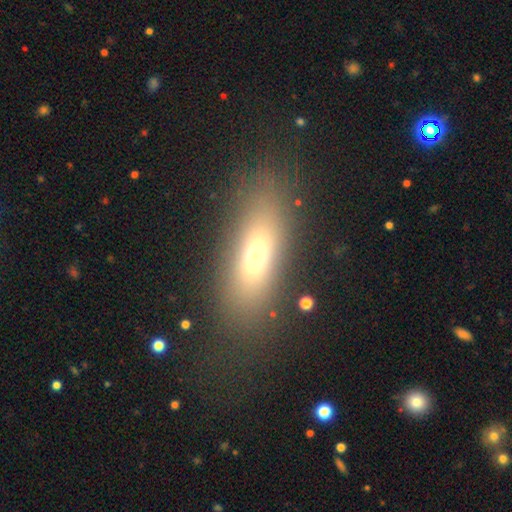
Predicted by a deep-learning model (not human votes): Overall: smooth (67%). How rounded: in between (62%; cigar-shaped 34%). Merging: none (78%).